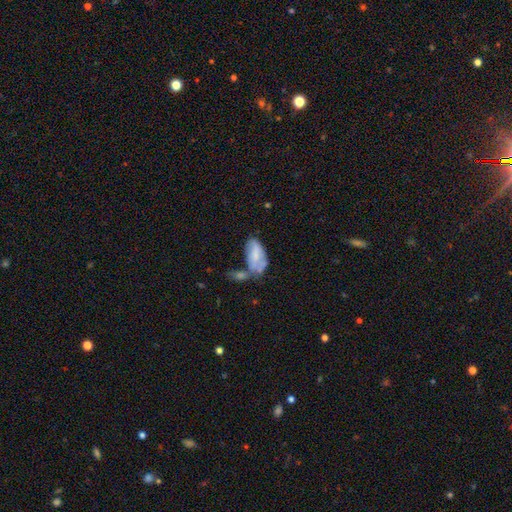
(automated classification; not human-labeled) This is possibly a smooth galaxy (57%). How rounded: clearly in between (93%). Merging: marginally merger (38%).